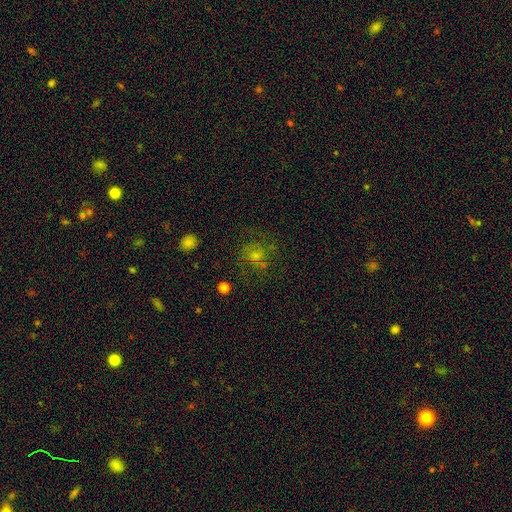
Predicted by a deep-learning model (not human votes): Q: Smooth or featured?
A: smooth (37%); runner-up: featured or disk (34%)
Q: Merging?
A: none (66%); runner-up: minor disturbance (16%)